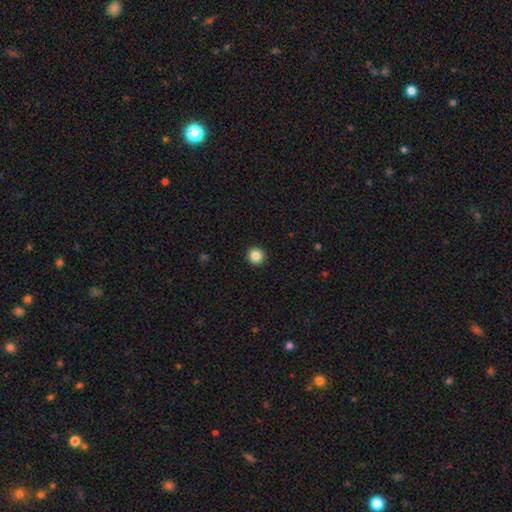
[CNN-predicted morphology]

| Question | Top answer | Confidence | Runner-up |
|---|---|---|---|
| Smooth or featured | smooth | 85% | star or artifact (10%) |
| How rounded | round | 96% | in between (3%) |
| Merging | none | 93% | minor disturbance (4%) |